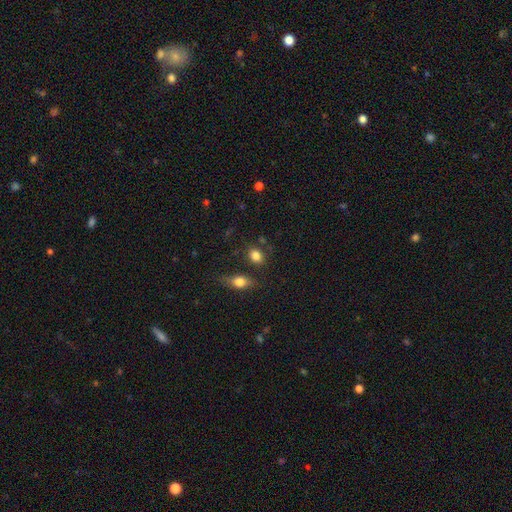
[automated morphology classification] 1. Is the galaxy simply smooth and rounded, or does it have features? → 83% smooth, 10% star or artifact, 7% featured or disk.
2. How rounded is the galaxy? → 55% in between, 42% round, 2% cigar-shaped.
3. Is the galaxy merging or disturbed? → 74% none, 14% minor disturbance, 8% merger, 4% major disturbance.